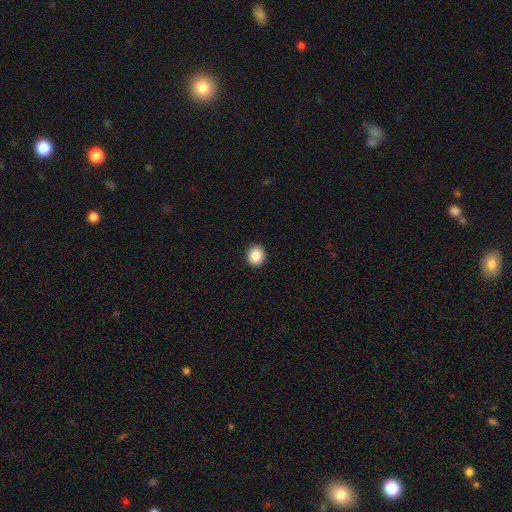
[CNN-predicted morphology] The model was most divided on "how rounded": round: 83%, in between: 16%, cigar-shaped: 1%. More confident: merging — none (92%); smooth or featured — smooth (87%).